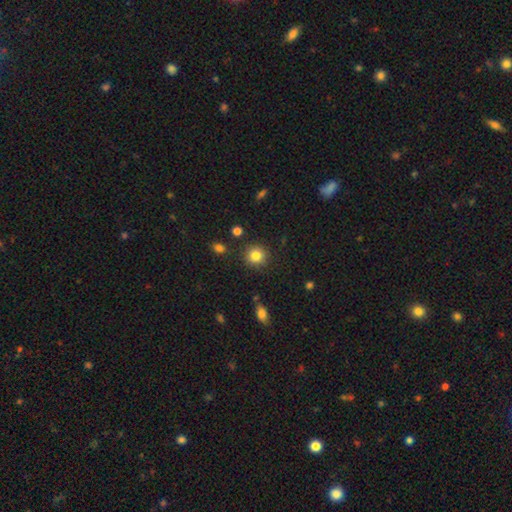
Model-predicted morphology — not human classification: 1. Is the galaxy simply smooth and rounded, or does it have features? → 83% smooth, 10% star or artifact, 6% featured or disk.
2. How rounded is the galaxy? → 91% round, 8% in between, 1% cigar-shaped.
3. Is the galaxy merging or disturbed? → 88% none, 7% minor disturbance, 2% merger, 2% major disturbance.